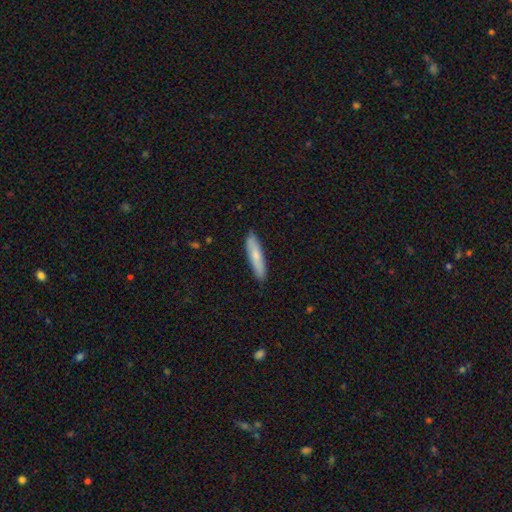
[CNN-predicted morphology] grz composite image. It shows a smooth galaxy with no disk features (73%) that is cigar-shaped (83%). Merging: none (89%).